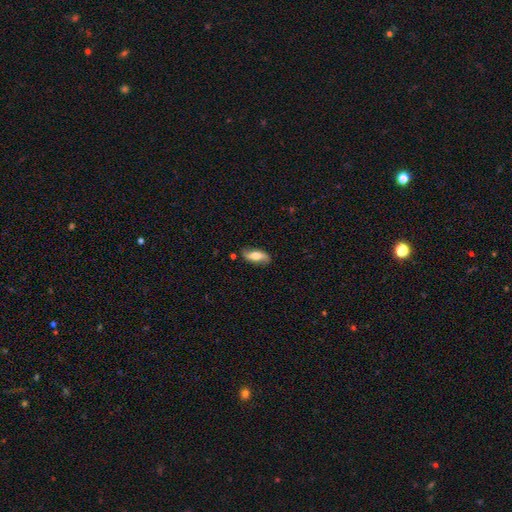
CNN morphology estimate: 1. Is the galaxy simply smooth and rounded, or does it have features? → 55% smooth, 38% featured or disk, 7% star or artifact.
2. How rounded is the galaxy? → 74% in between, 23% cigar-shaped, 4% round.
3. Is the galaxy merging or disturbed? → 80% none, 15% minor disturbance, 3% major disturbance, 2% merger.